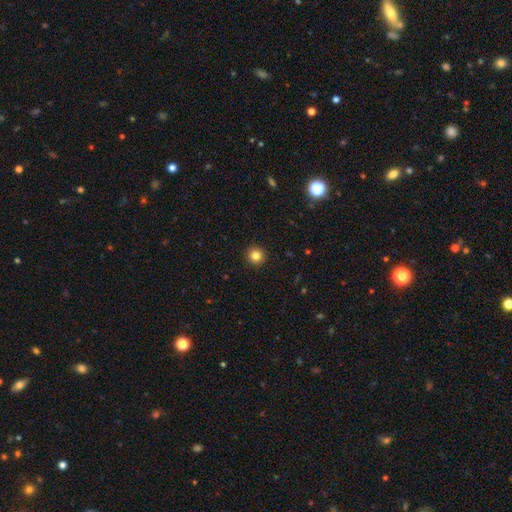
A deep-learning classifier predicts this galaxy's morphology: A smooth galaxy with no disk features (83%) that is round (95%).

Vote fractions:
- Smooth or featured? smooth: 83% / star or artifact: 11% / featured or disk: 6%
- How rounded? round: 95% / in between: 4% / cigar-shaped: 1%
- Merging? none: 93% / minor disturbance: 4% / major disturbance: 2% / merger: 1%